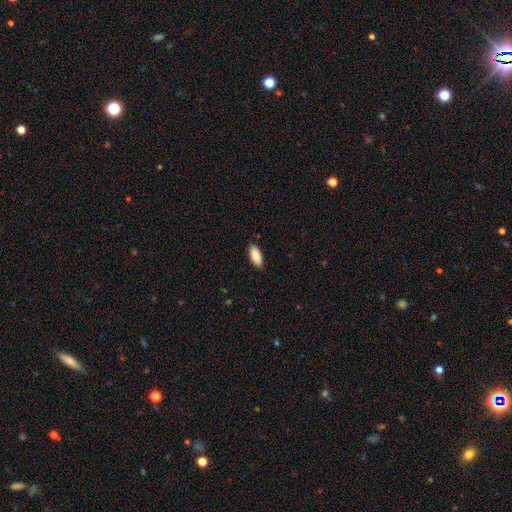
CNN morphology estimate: Smooth or featured? Predicted: smooth (p=0.90). How rounded? Predicted: in between (p=0.86). Merging? Predicted: none (p=0.86).